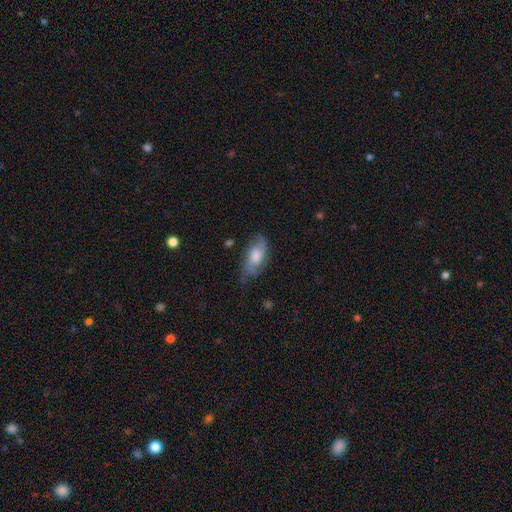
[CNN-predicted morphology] Smooth or featured: featured or disk — 59% (smooth — 34%)
Edge-on disk: no — 89% (yes — 11%)
Bar: no — 62% (weak — 32%)
Spiral arms: yes — 87% (no — 13%)
Bulge size: moderate — 45% (large — 30%)
Merging: none — 62% (minor disturbance — 26%)